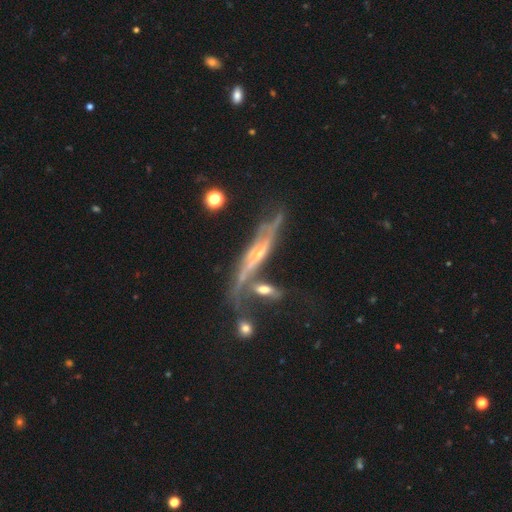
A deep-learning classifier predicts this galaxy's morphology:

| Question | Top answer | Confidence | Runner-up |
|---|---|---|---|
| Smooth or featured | featured or disk | 80% | smooth (13%) |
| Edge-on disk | yes | 62% | no (38%) |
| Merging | none | 45% | merger (22%) |